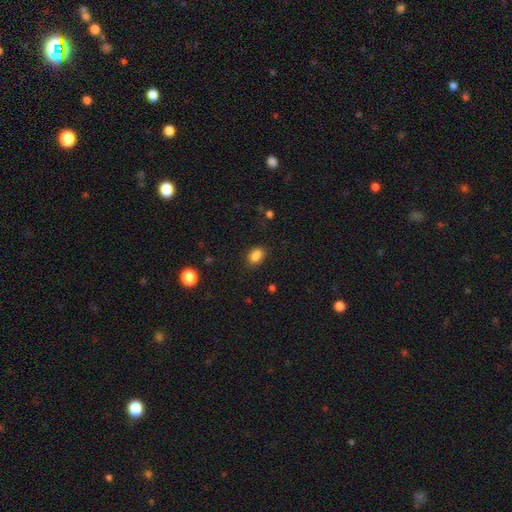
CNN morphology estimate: smooth 82%, star or artifact 12%, featured or disk 6%. Down the decision tree: how rounded — in between (72%); merging — none (69%).